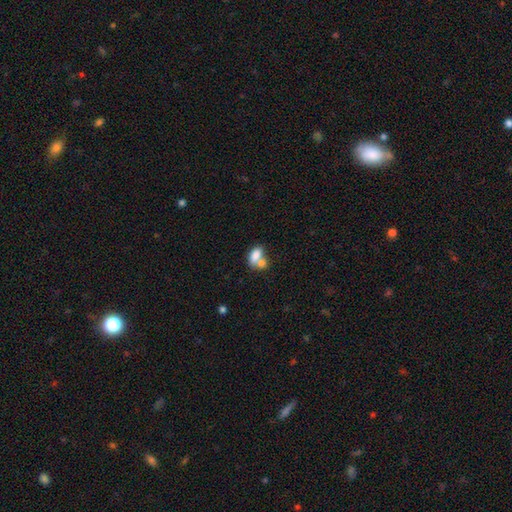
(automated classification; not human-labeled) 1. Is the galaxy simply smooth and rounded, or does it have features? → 77% smooth, 14% featured or disk, 9% star or artifact.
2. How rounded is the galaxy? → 87% in between, 11% round, 3% cigar-shaped.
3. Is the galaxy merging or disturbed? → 60% merger, 26% none, 9% minor disturbance, 5% major disturbance.